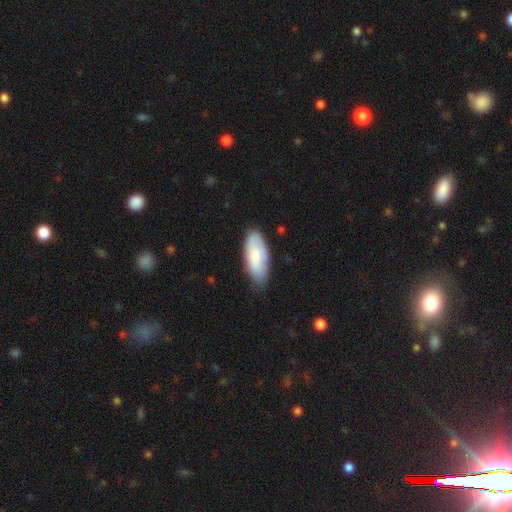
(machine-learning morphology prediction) Smooth or featured? Predicted: smooth (p=0.78). How rounded? Predicted: in between (p=0.82). Merging? Predicted: none (p=0.71).